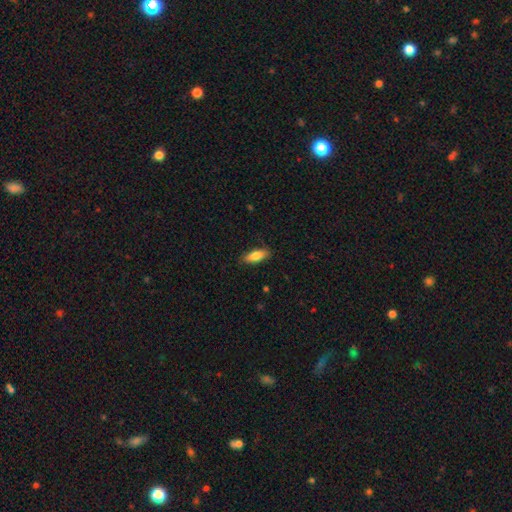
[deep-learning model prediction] Overall: smooth (82%). How rounded: in between (72%). Merging: none (87%).